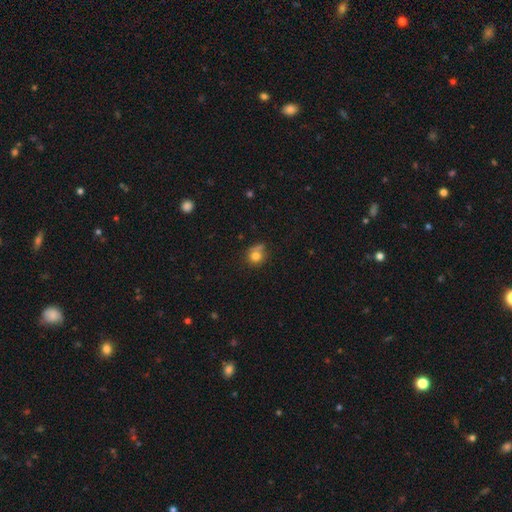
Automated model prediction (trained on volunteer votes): This appears to be a smooth galaxy with no disk features (78%) that is round (83%). Merging: none (57%).